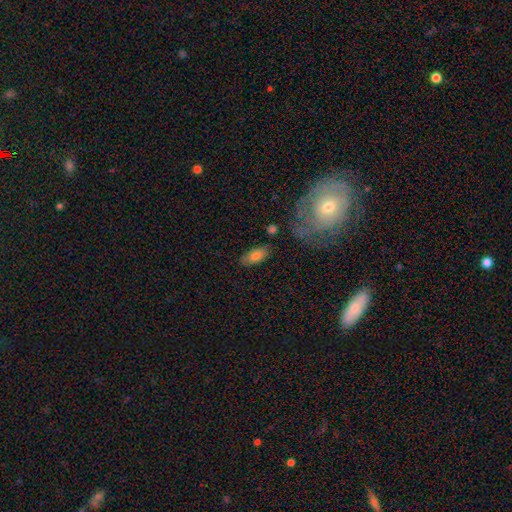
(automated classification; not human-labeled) Smooth or featured?
  - smooth: 77% *
  - featured or disk: 15%
  - star or artifact: 7%
How rounded?
  - in between: 88% *
  - cigar-shaped: 9%
  - round: 3%
Merging?
  - none: 79% *
  - minor disturbance: 14%
  - major disturbance: 4%
  - merger: 4%